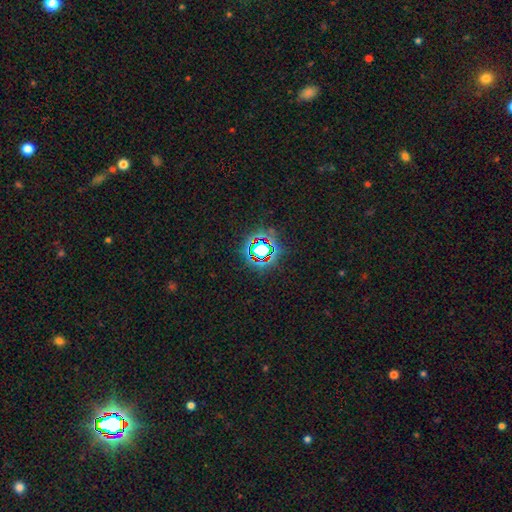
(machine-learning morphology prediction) type=star or artifact (73%).